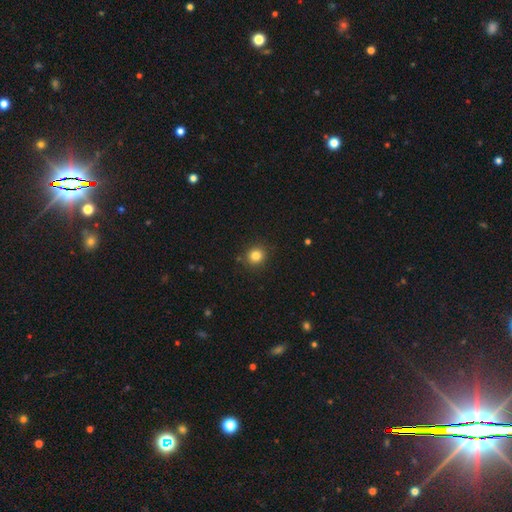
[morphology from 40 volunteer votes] Smooth or featured? 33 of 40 (82%) said smooth. How rounded? 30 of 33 (91%) said round. Merging? 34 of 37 (92%) said none.